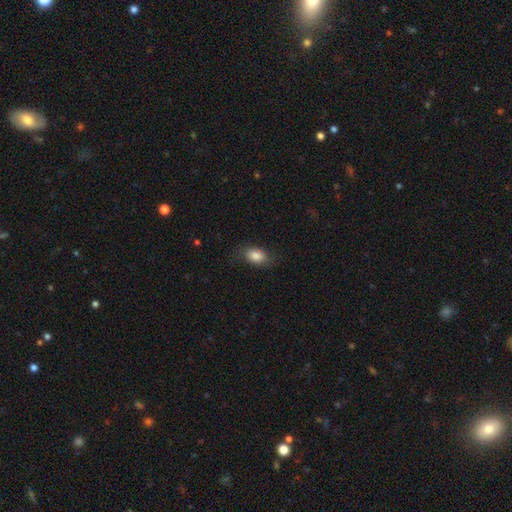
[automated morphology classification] Smooth or featured? smooth (82%)
How rounded? in between (87%)
Merging? none (72%)